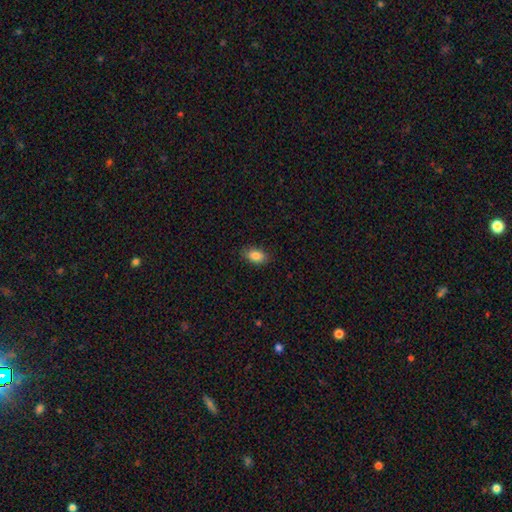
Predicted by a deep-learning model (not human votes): smooth 86%, star or artifact 8%, featured or disk 6%. Down the decision tree: how rounded — in between (89%); merging — none (85%).